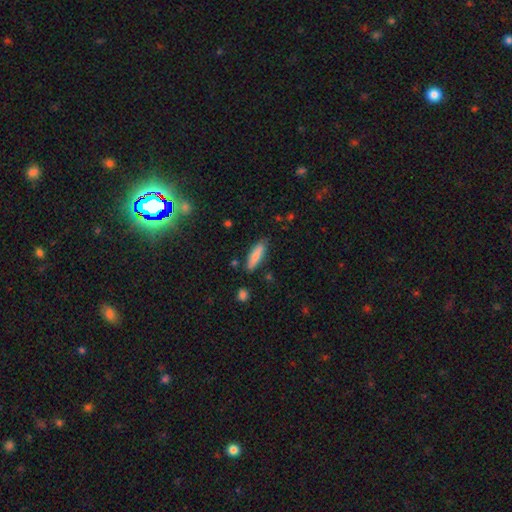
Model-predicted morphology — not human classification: Smooth or featured? Predicted: smooth (p=0.81). How rounded? Predicted: cigar-shaped (p=0.65). Merging? Predicted: none (p=0.83).